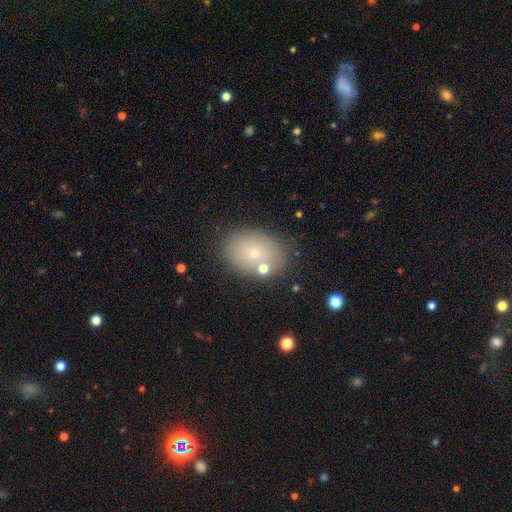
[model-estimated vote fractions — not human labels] A smooth galaxy with no disk features (70%) that is in between round and cigar-shaped (74%).

Vote fractions:
- Smooth or featured? smooth: 70% / featured or disk: 19% / star or artifact: 11%
- How rounded? in between: 74% / round: 25% / cigar-shaped: 1%
- Merging? none: 78% / minor disturbance: 12% / merger: 7% / major disturbance: 4%